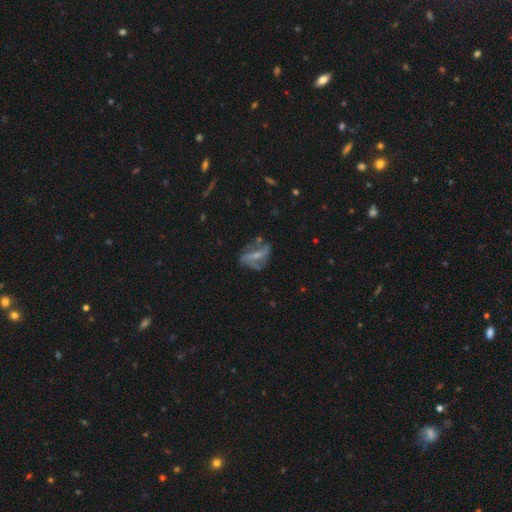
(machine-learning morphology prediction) Smooth or featured: featured or disk — 68% (smooth — 22%)
Edge-on disk: no — 92% (yes — 8%)
Bar: strong — 39% (weak — 36%)
Spiral arms: yes — 72% (no — 28%)
Bulge size: small — 51% (moderate — 26%)
Merging: none — 51% (minor disturbance — 23%)